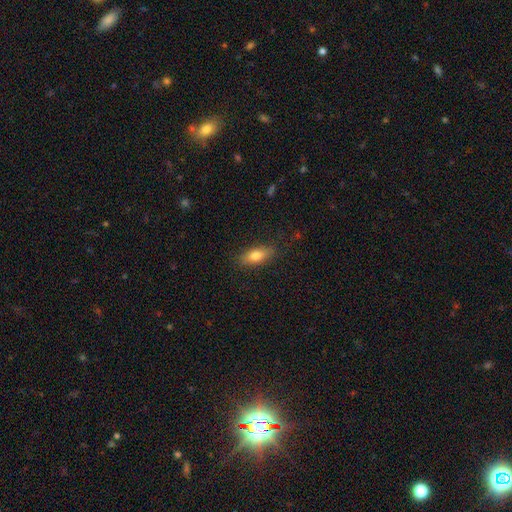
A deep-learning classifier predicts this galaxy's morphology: Smooth or featured: smooth — 78% (featured or disk — 14%)
How rounded: in between — 80% (cigar-shaped — 16%)
Merging: none — 83% (minor disturbance — 12%)